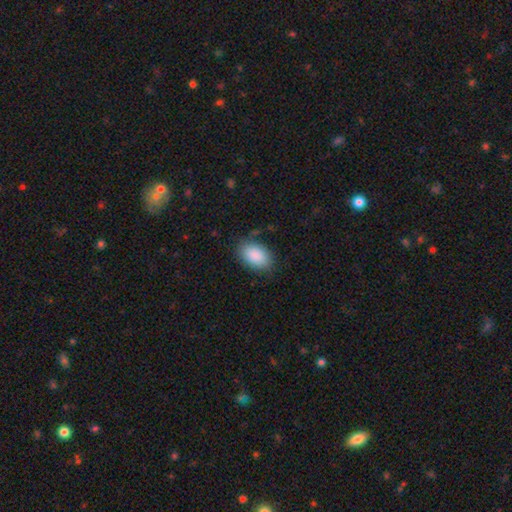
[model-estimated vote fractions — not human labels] smooth_or_featured: smooth (p=0.90) [alt: star or artifact p=0.07]
how_rounded: in between (p=0.90) [alt: round p=0.08]
merging: none (p=0.80) [alt: minor disturbance p=0.14]